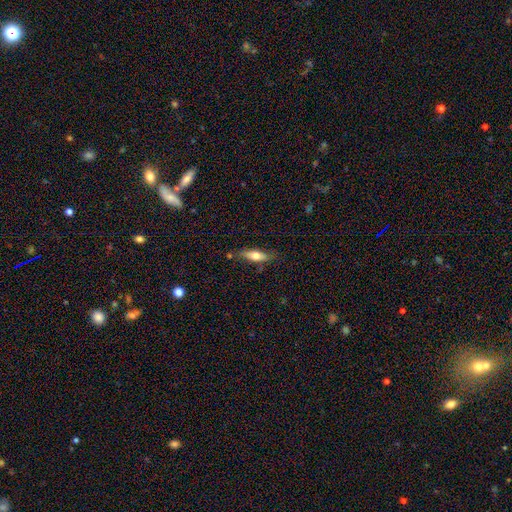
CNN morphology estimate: Q: Smooth or featured?
A: smooth (66%); runner-up: featured or disk (28%)
Q: How rounded?
A: in between (56%); runner-up: cigar-shaped (41%)
Q: Merging?
A: none (73%); runner-up: minor disturbance (19%)